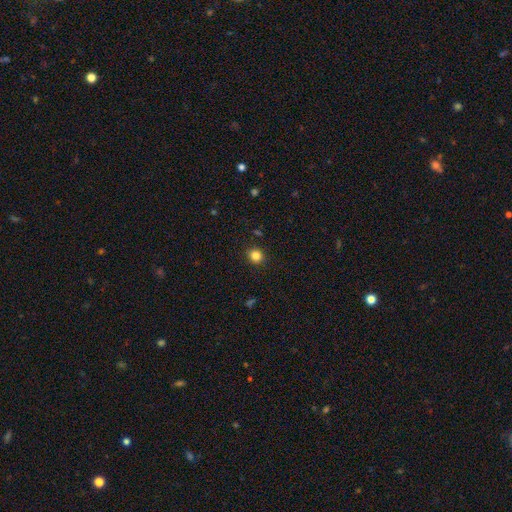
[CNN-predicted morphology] Smooth or featured: smooth — 83% (star or artifact — 12%)
How rounded: round — 86% (in between — 13%)
Merging: none — 90% (minor disturbance — 7%)